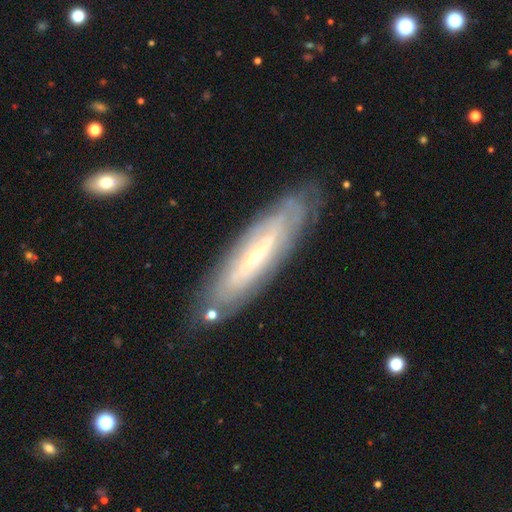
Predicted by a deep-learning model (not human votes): featured or disk 68%, smooth 25%, star or artifact 7%. Down the decision tree: edge-on disk — no (62%); merging — none (79%).